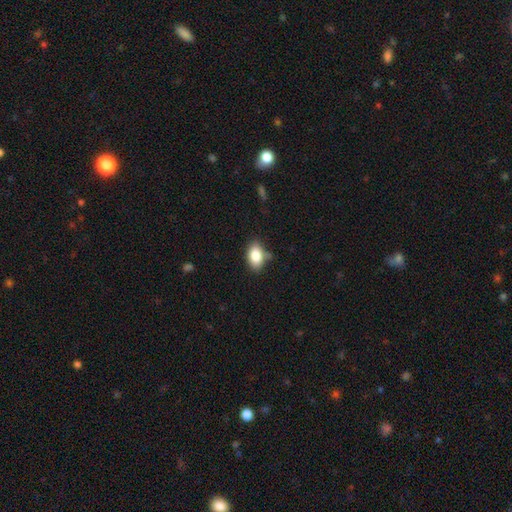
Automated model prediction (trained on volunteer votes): Smooth or featured? Predicted: smooth (p=0.83). How rounded? Predicted: in between (p=0.86). Merging? Predicted: none (p=0.71).